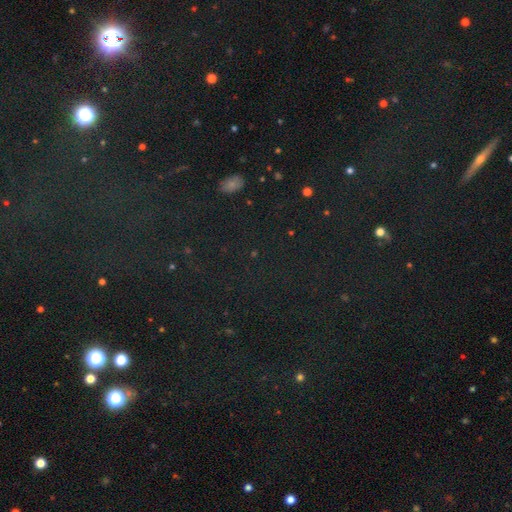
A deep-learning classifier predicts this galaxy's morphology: A star or artifact, not a galaxy (76%).